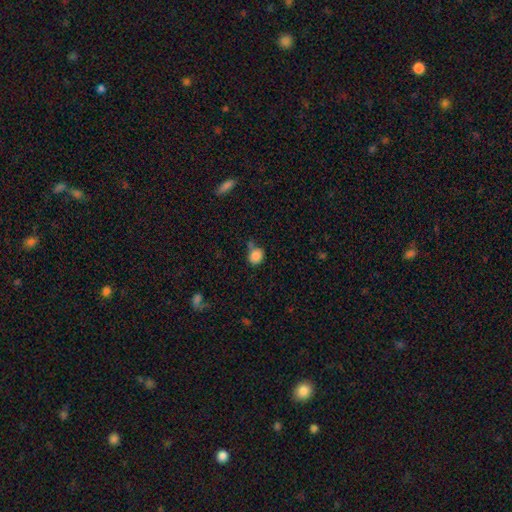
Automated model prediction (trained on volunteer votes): This appears to be a smooth galaxy with no disk features (85%) that is round (66%). Merging: none (56%).